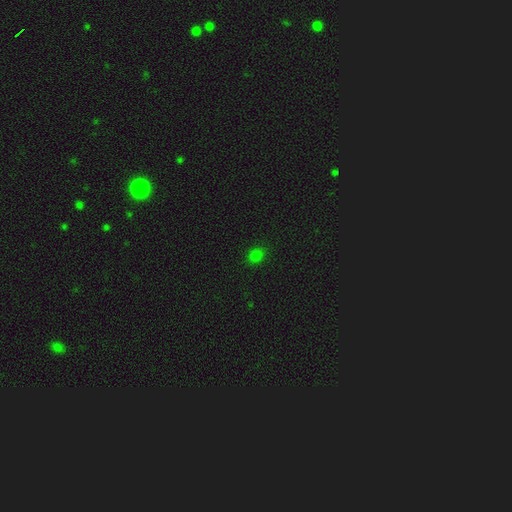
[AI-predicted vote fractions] Overall: smooth (78%). How rounded: round (69%; in between 30%). Merging: none (89%).